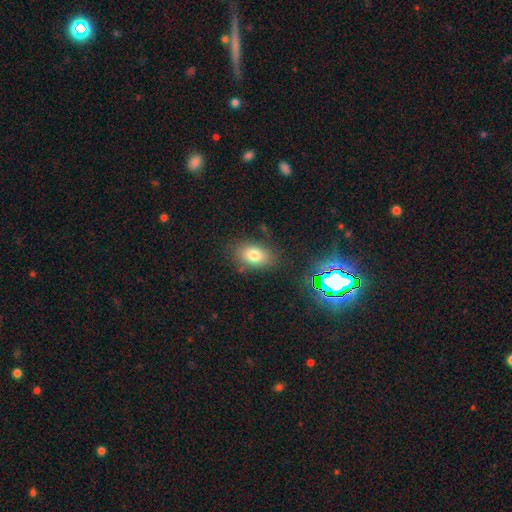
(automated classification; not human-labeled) A smooth galaxy with no disk features (46%).

Vote fractions:
- Smooth or featured? smooth: 46% / star or artifact: 43% / featured or disk: 11%
- Merging? none: 85% / minor disturbance: 8% / merger: 3% / major disturbance: 3%